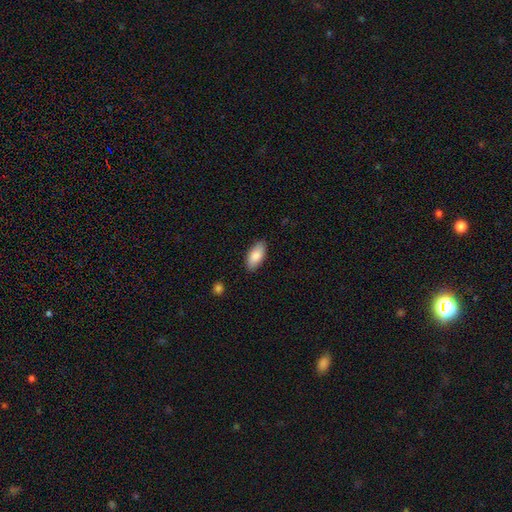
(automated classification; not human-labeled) smooth_or_featured: smooth (p=0.84) [alt: featured or disk p=0.10]
how_rounded: in between (p=0.91) [alt: cigar-shaped p=0.07]
merging: none (p=0.87) [alt: minor disturbance p=0.10]